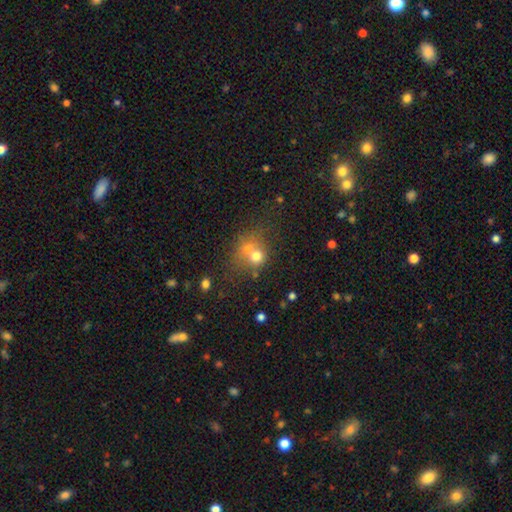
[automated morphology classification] Smooth or featured? Predicted: smooth (p=0.67). How rounded? Predicted: round (p=0.77). Merging? Predicted: merger (p=0.52).